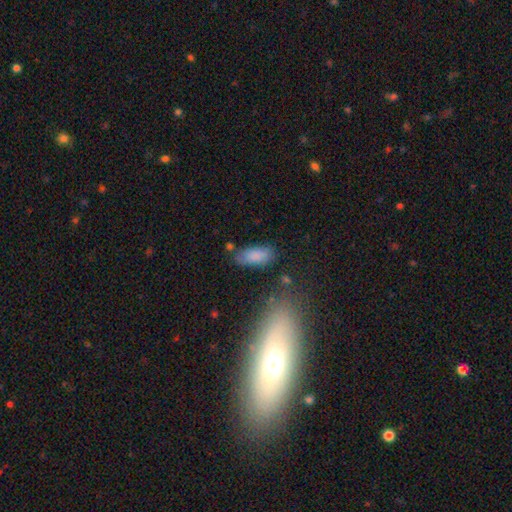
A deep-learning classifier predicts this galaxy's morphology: Q: Smooth or featured?
A: smooth (84%); runner-up: featured or disk (8%)
Q: How rounded?
A: in between (83%); runner-up: cigar-shaped (15%)
Q: Merging?
A: none (71%); runner-up: minor disturbance (18%)